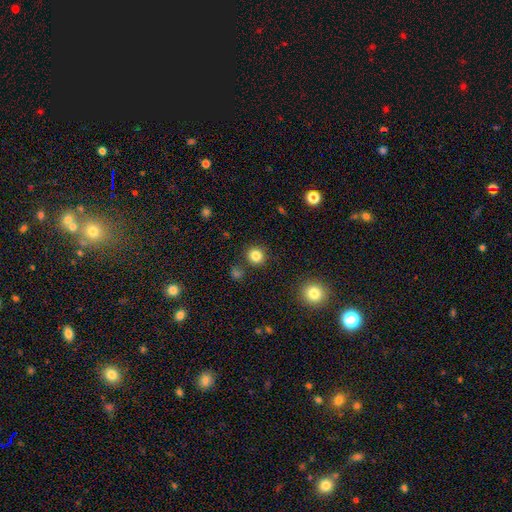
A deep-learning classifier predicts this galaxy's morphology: A smooth galaxy with no disk features (83%) that is round (90%).

Vote fractions:
- Smooth or featured? smooth: 83% / star or artifact: 12% / featured or disk: 5%
- How rounded? round: 90% / in between: 9% / cigar-shaped: 1%
- Merging? none: 86% / minor disturbance: 7% / merger: 4% / major disturbance: 3%